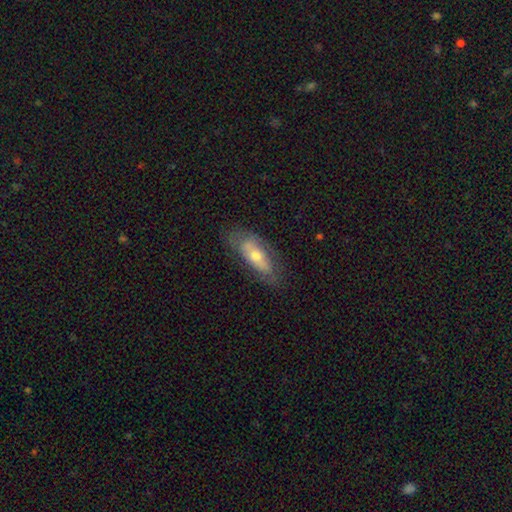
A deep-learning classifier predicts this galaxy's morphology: Q: Smooth or featured?
A: featured or disk (47%); runner-up: smooth (46%)
Q: Merging?
A: none (69%); runner-up: minor disturbance (22%)